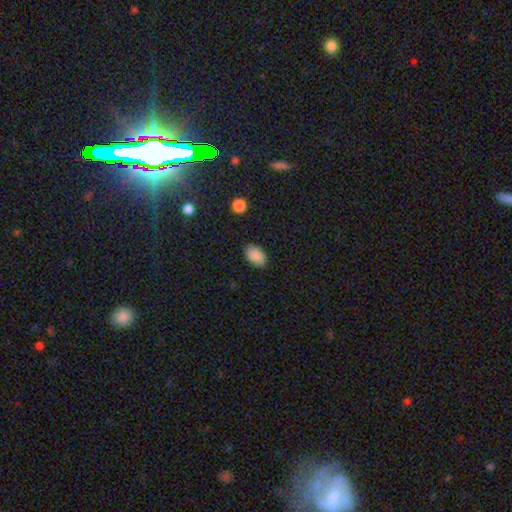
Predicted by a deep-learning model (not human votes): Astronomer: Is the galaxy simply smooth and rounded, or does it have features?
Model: smooth — 89%.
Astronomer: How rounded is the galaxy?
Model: in between — 92%.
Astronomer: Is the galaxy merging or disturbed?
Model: none — 86%.